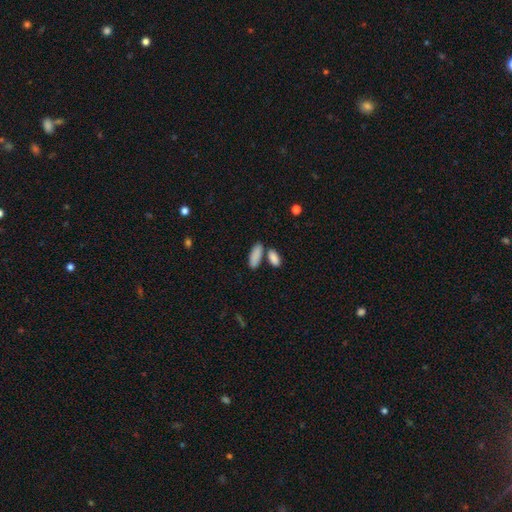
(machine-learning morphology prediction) A smooth galaxy with no disk features (88%) that is in between round and cigar-shaped (70%). Merging: none (65%).